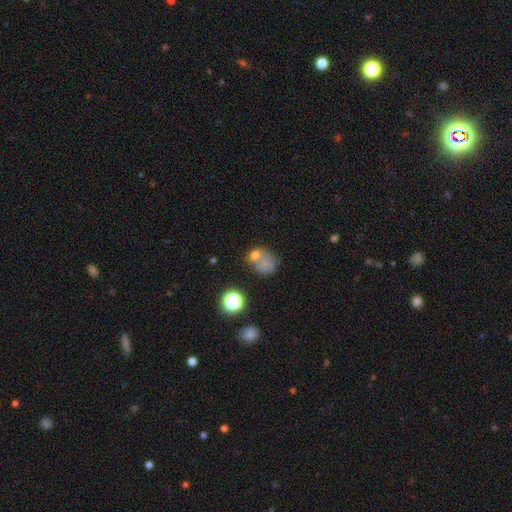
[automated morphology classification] smooth_or_featured: smooth (p=0.68) [alt: featured or disk p=0.17]
how_rounded: round (p=0.59) [alt: in between p=0.40]
merging: merger (p=0.39) [alt: none p=0.34]